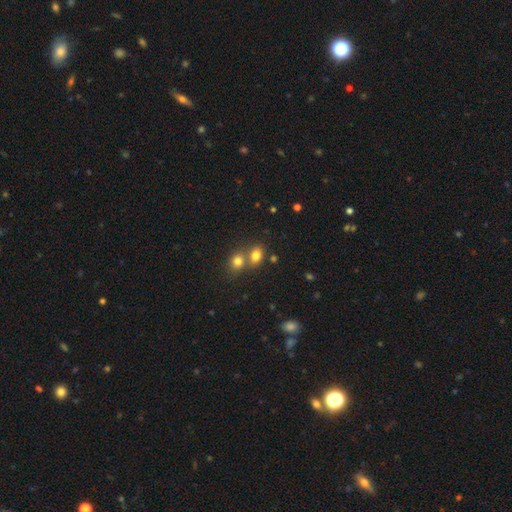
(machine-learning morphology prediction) type=smooth (78%); roundness=in between (57%); merging=merger (46%).